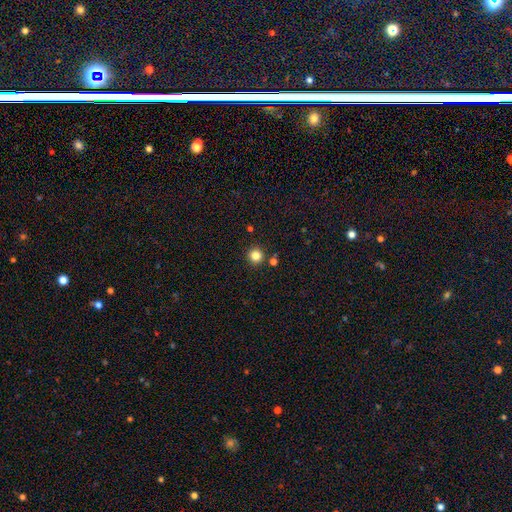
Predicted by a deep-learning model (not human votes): A smooth galaxy with no disk features (83%) that is round (96%).

Vote fractions:
- Smooth or featured? smooth: 83% / star or artifact: 13% / featured or disk: 5%
- How rounded? round: 96% / in between: 3% / cigar-shaped: 1%
- Merging? none: 89% / minor disturbance: 5% / merger: 4% / major disturbance: 2%